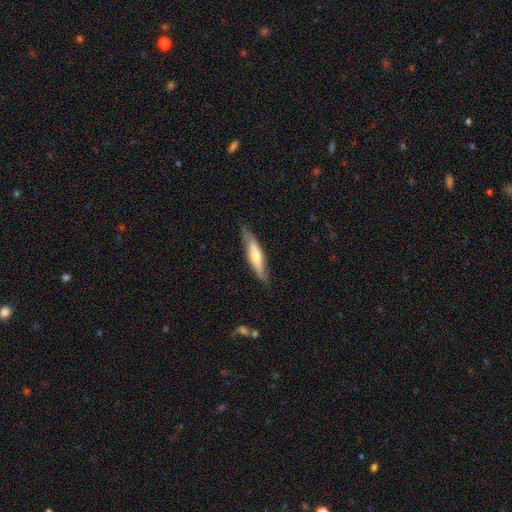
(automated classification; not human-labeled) Q: Smooth or featured?
A: smooth (53%); runner-up: featured or disk (42%)
Q: How rounded?
A: cigar-shaped (78%); runner-up: in between (21%)
Q: Merging?
A: none (77%); runner-up: minor disturbance (18%)